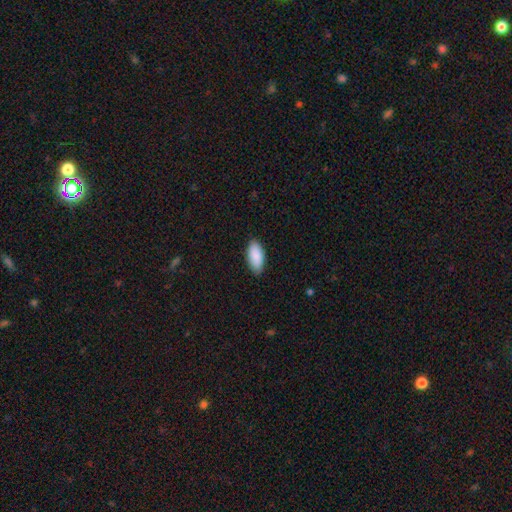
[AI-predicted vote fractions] This is clearly a smooth galaxy (90%). How rounded: clearly in between (92%). Merging: clearly none (85%).